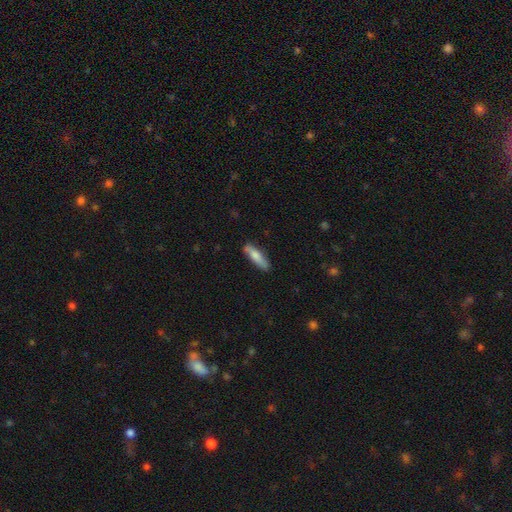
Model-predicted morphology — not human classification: Smooth or featured? Predicted: smooth (p=0.75). How rounded? Predicted: cigar-shaped (p=0.65). Merging? Predicted: none (p=0.77).